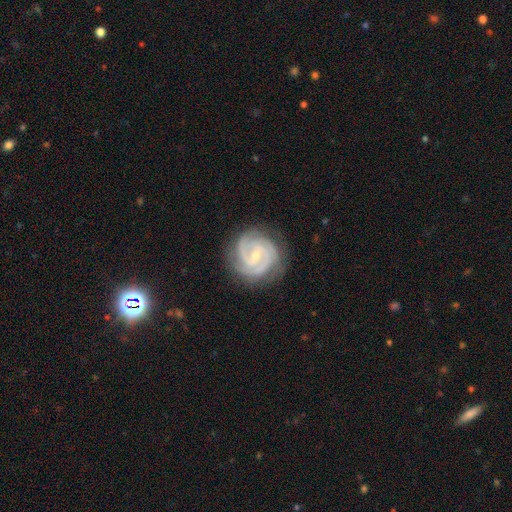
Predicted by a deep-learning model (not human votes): Overall: featured or disk (88%). Edge-on disk: no (98%). Bar: weak (46%; no 39%). Spiral arms: yes (98%). Spiral arm count: 2 (40%; 3 31%). Spiral winding: tight (67%; medium 29%). Bulge size: small (74%). Merging: none (80%).